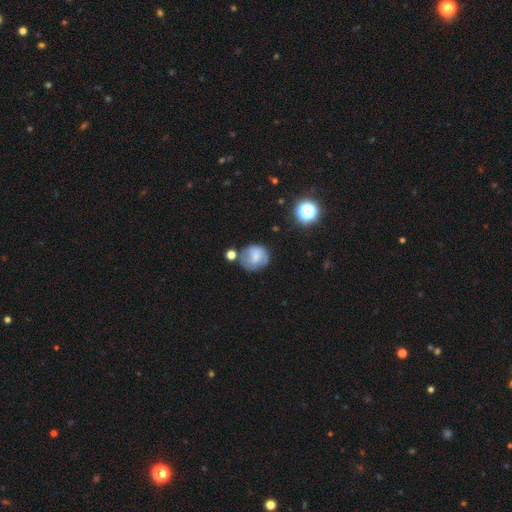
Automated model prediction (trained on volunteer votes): smooth-or-featured: smooth: 52% | featured or disk: 37% | star or artifact: 11%
  how-rounded: round: 78% | in between: 21% | cigar-shaped: 1%
  merging: none: 56% | minor disturbance: 24% | major disturbance: 11% | merger: 9%